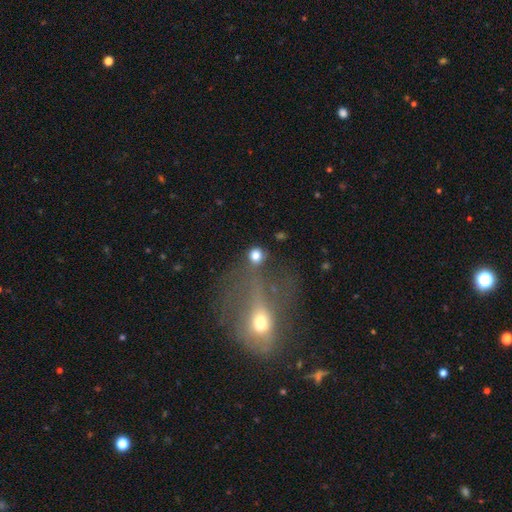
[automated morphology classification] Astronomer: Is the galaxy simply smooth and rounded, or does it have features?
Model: smooth — 78%.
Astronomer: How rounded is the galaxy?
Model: round — 86%.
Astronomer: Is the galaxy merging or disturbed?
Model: none — 61%.